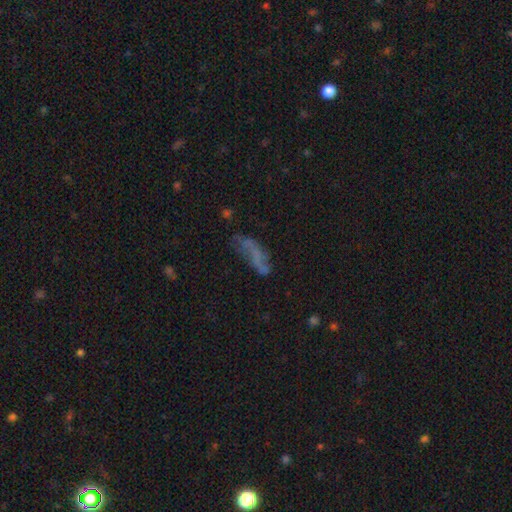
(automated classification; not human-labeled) This is marginally a featured or disk galaxy (42%). Merging: marginally none (42%).